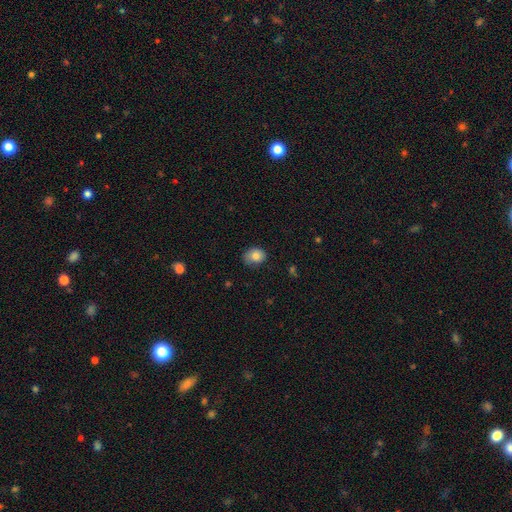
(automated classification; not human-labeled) The model was most divided on "how rounded": in between: 51%, round: 48%, cigar-shaped: 1%. More confident: smooth or featured — smooth (80%); merging — none (69%).